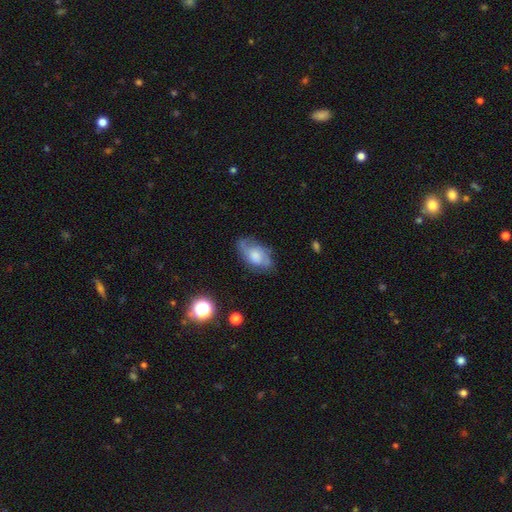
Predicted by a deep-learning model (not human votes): Smooth or featured?
  - smooth: 48% *
  - featured or disk: 43%
  - star or artifact: 8%
Merging?
  - none: 61% *
  - minor disturbance: 27%
  - major disturbance: 10%
  - merger: 2%